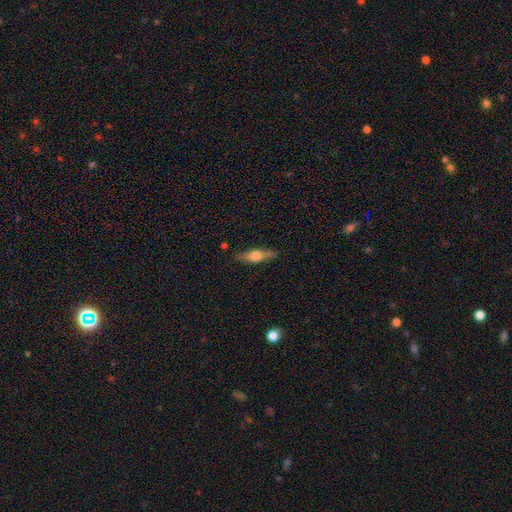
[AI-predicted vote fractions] Morphology: type=smooth (51%); roundness=cigar-shaped (56%); merging=none (81%).